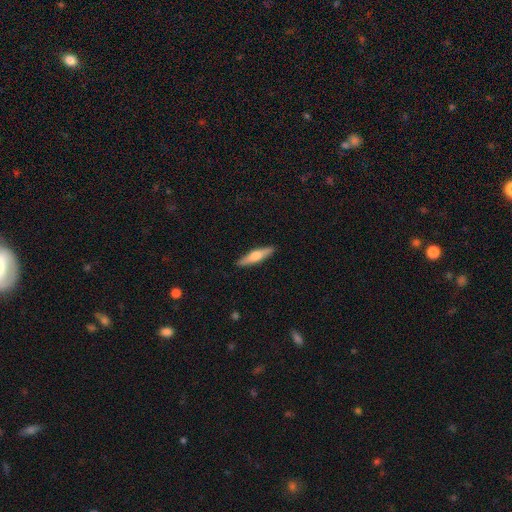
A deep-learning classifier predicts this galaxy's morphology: Smooth or featured? smooth (52%)
How rounded? cigar-shaped (79%)
Merging? none (90%)